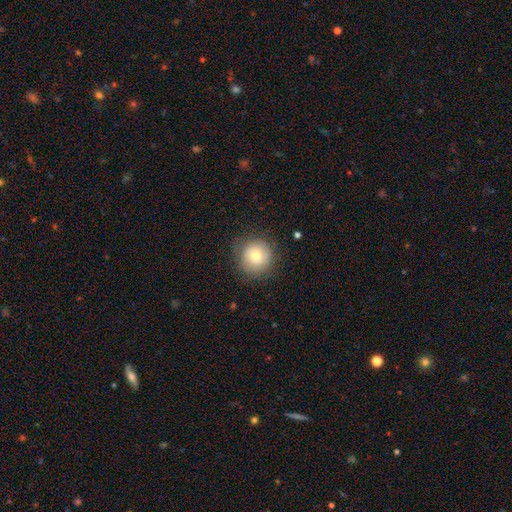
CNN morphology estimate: Smooth or featured?
  - smooth: 74% *
  - featured or disk: 16%
  - star or artifact: 10%
How rounded?
  - round: 93% *
  - in between: 6%
  - cigar-shaped: 1%
Merging?
  - none: 82% *
  - minor disturbance: 12%
  - major disturbance: 4%
  - merger: 1%